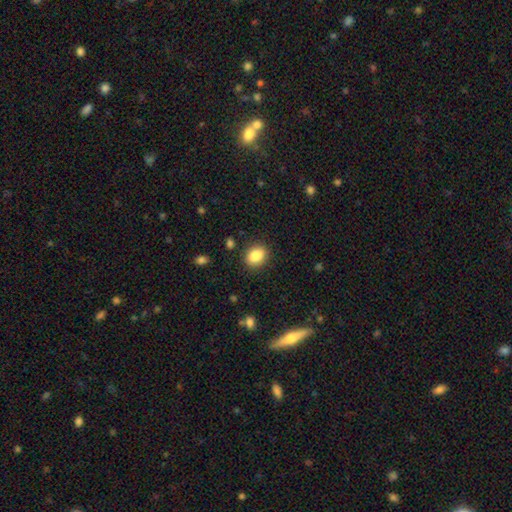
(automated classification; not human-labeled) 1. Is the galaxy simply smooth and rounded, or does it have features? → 86% smooth, 9% star or artifact, 5% featured or disk.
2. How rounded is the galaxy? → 58% in between, 41% round, 1% cigar-shaped.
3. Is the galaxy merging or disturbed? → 88% none, 8% minor disturbance, 3% major disturbance, 2% merger.